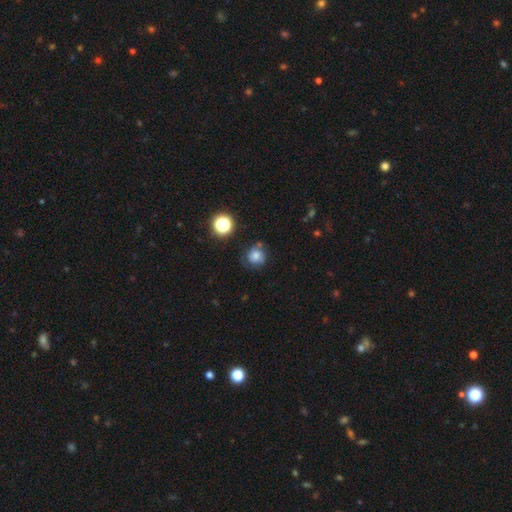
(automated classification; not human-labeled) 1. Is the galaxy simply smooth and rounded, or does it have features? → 66% smooth, 20% featured or disk, 15% star or artifact.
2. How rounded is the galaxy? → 86% round, 13% in between, 1% cigar-shaped.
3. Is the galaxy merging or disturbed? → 62% none, 23% minor disturbance, 9% major disturbance, 6% merger.